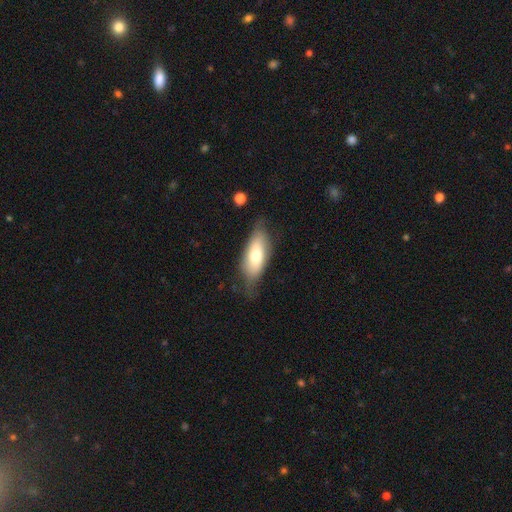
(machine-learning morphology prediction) smooth 68%, featured or disk 25%, star or artifact 6%. Down the decision tree: how rounded — in between (78%); merging — none (69%).